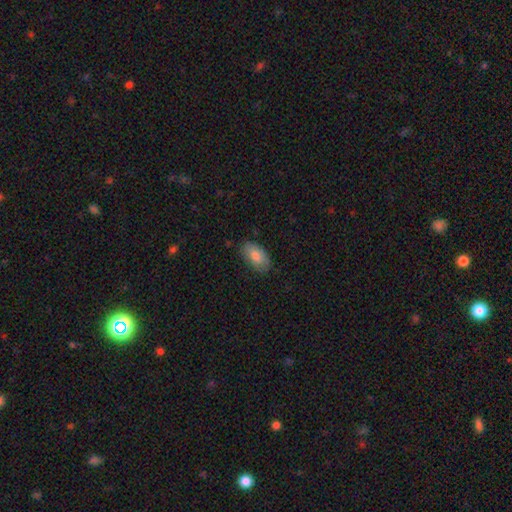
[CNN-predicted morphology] This is clearly a smooth galaxy (81%). How rounded: clearly in between (94%). Merging: likely none (79%).